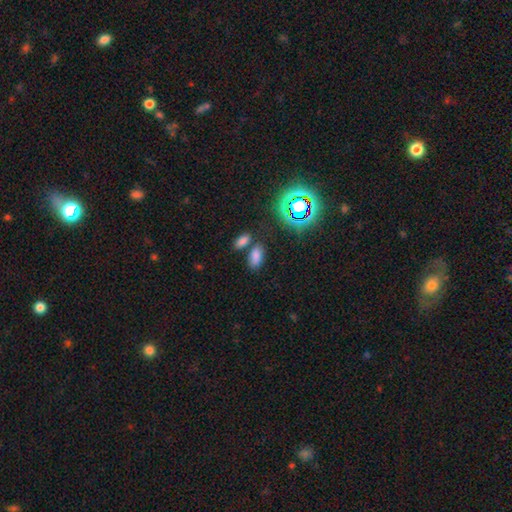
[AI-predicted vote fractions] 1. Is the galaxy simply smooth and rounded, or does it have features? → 73% smooth, 20% star or artifact, 7% featured or disk.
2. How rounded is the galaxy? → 90% in between, 5% cigar-shaped, 5% round.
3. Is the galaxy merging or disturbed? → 69% none, 18% merger, 10% minor disturbance, 4% major disturbance.